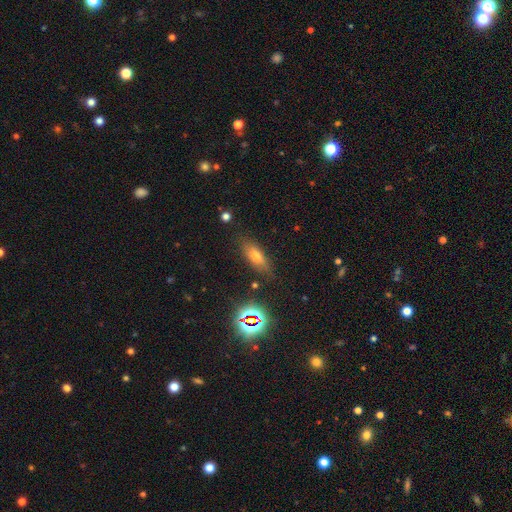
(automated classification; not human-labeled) smooth_or_featured: smooth (p=0.63) [alt: star or artifact p=0.19]
how_rounded: in between (p=0.62) [alt: cigar-shaped p=0.32]
merging: none (p=0.79) [alt: minor disturbance p=0.14]